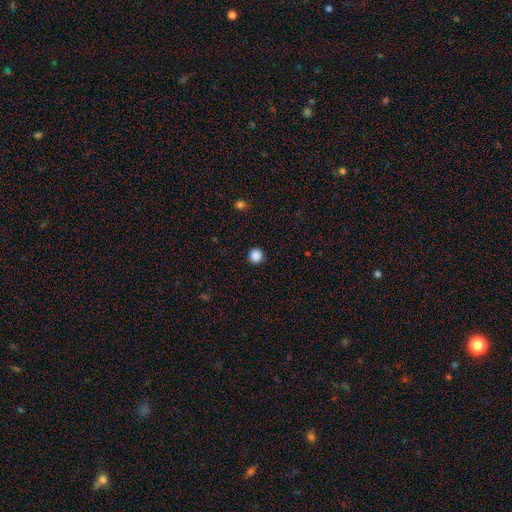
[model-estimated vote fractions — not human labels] smooth 87%, star or artifact 10%, featured or disk 2%. Down the decision tree: how rounded — round (95%); merging — none (92%).